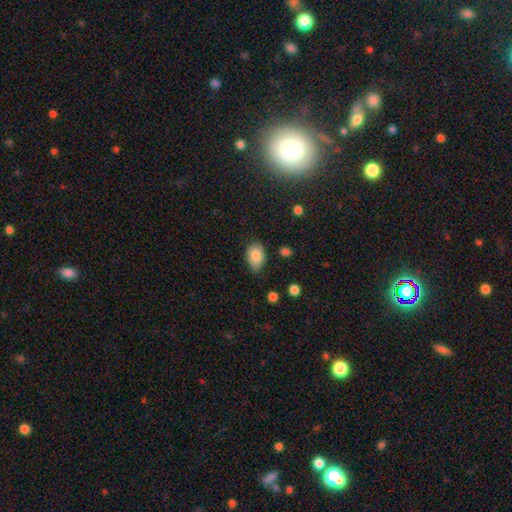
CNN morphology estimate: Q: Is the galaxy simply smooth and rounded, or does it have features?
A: smooth — 83%.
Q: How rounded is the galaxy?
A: in between — 85%.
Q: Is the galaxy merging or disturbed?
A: none — 67%.